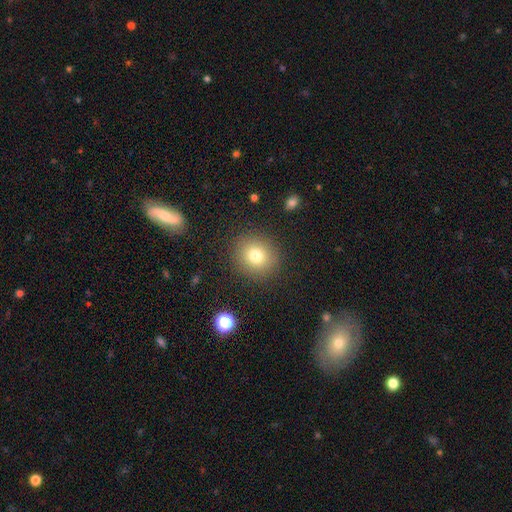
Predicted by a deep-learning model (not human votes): smooth_or_featured: smooth (p=0.78) [alt: star or artifact p=0.12]
how_rounded: round (p=0.85) [alt: in between p=0.14]
merging: none (p=0.88) [alt: minor disturbance p=0.07]